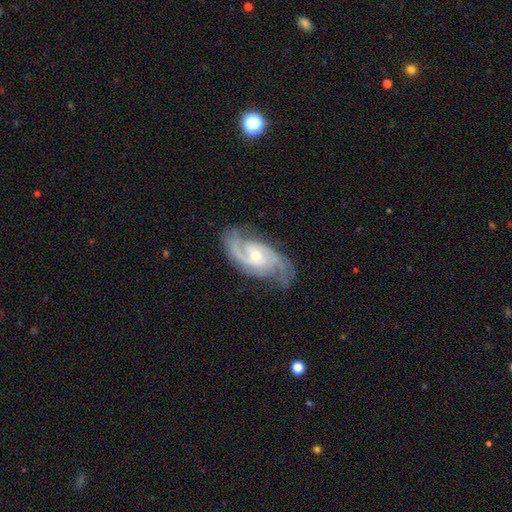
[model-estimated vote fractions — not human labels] Smooth or featured: featured or disk — 91% (star or artifact — 5%)
Edge-on disk: no — 96% (yes — 4%)
Bar: no — 58% (weak — 33%)
Spiral arms: yes — 98% (no — 2%)
Spiral winding: medium — 49% (tight — 36%)
Spiral arm count: 2 — 64% (3 — 18%)
Bulge size: moderate — 49% (small — 48%)
Merging: none — 73% (minor disturbance — 18%)